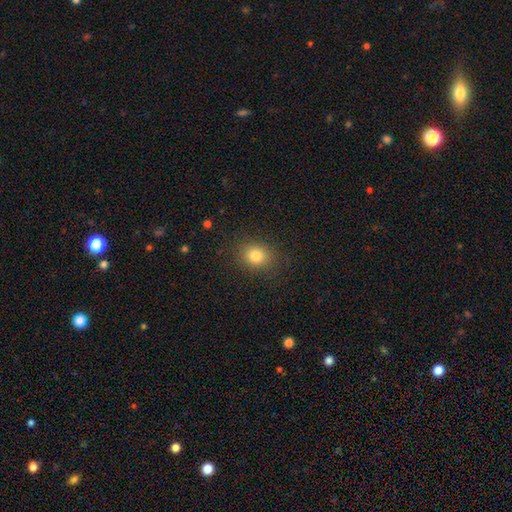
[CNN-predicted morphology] Overall: smooth (81%). How rounded: round (63%; in between 36%). Merging: none (86%).